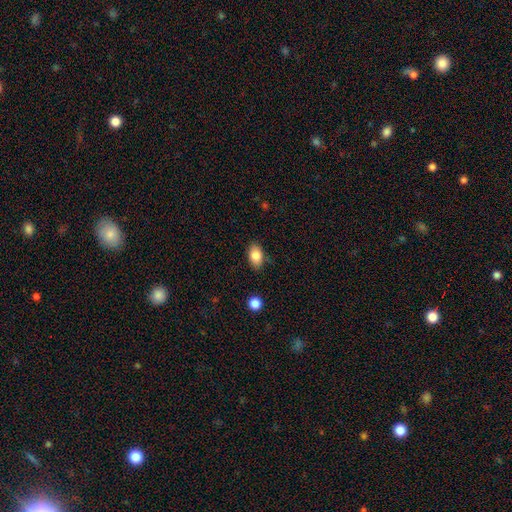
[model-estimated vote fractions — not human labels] Smooth or featured?
  - smooth: 83% *
  - featured or disk: 9%
  - star or artifact: 8%
How rounded?
  - in between: 86% *
  - round: 12%
  - cigar-shaped: 2%
Merging?
  - none: 84% *
  - minor disturbance: 12%
  - major disturbance: 3%
  - merger: 2%